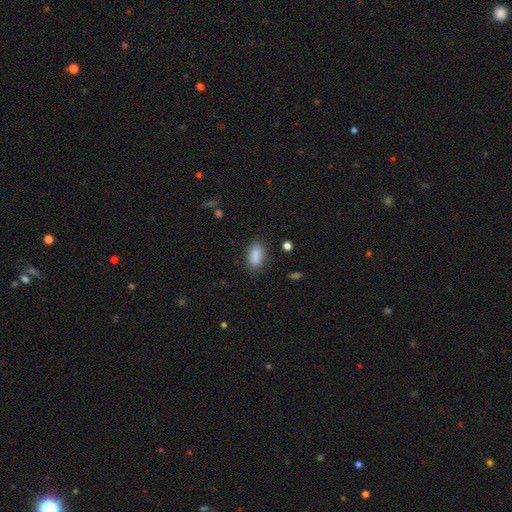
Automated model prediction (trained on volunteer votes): smooth-or-featured: smooth: 88% | star or artifact: 7% | featured or disk: 4%
  how-rounded: in between: 91% | round: 5% | cigar-shaped: 4%
  merging: none: 85% | minor disturbance: 11% | major disturbance: 3% | merger: 1%